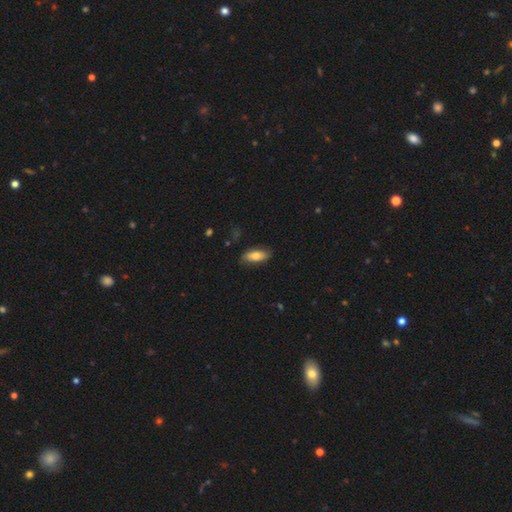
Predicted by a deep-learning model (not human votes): The model was most divided on "smooth or featured": smooth: 73%, featured or disk: 21%, star or artifact: 6%. More confident: how rounded — in between (80%); merging — none (79%).